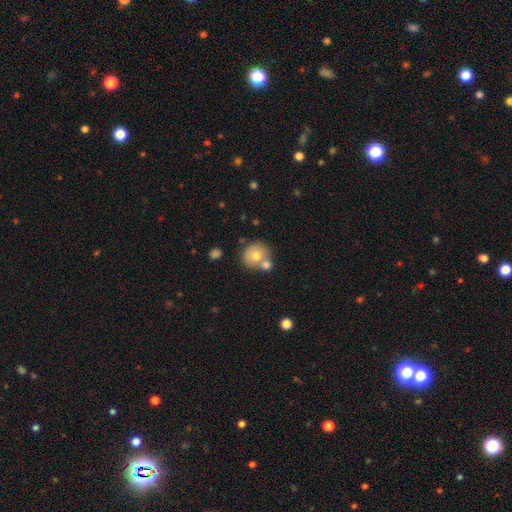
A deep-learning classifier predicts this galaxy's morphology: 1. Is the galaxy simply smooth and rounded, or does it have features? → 69% smooth, 22% featured or disk, 9% star or artifact.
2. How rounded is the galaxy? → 86% round, 13% in between, 1% cigar-shaped.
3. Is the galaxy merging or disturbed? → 45% none, 40% merger, 11% minor disturbance, 4% major disturbance.